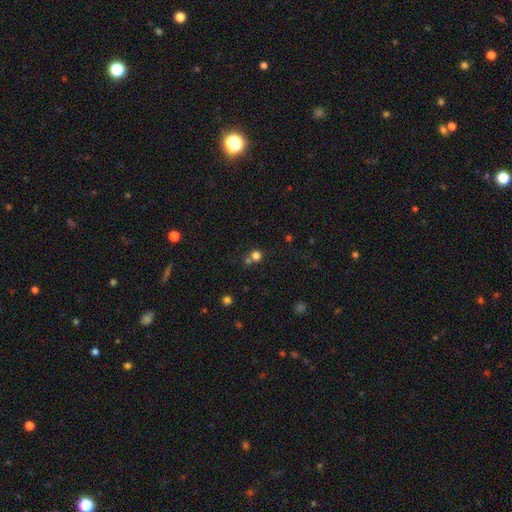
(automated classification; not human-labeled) A smooth galaxy with no disk features (75%) that is round (89%).

Vote fractions:
- Smooth or featured? smooth: 75% / star or artifact: 18% / featured or disk: 7%
- How rounded? round: 89% / in between: 10% / cigar-shaped: 1%
- Merging? none: 58% / merger: 32% / minor disturbance: 7% / major disturbance: 3%